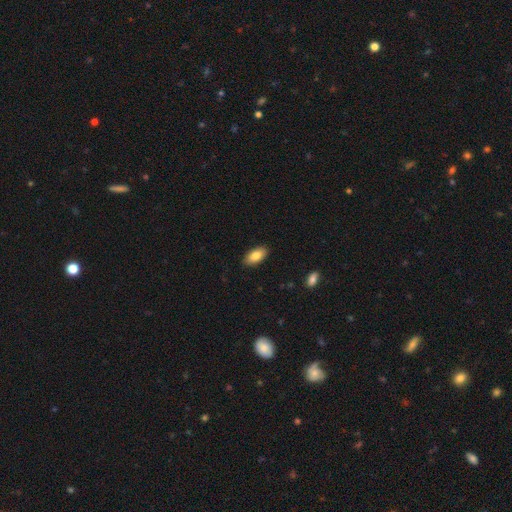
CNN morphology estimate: This appears to be a smooth galaxy with no disk features (84%) that is in between round and cigar-shaped (92%). Merging: none (89%).